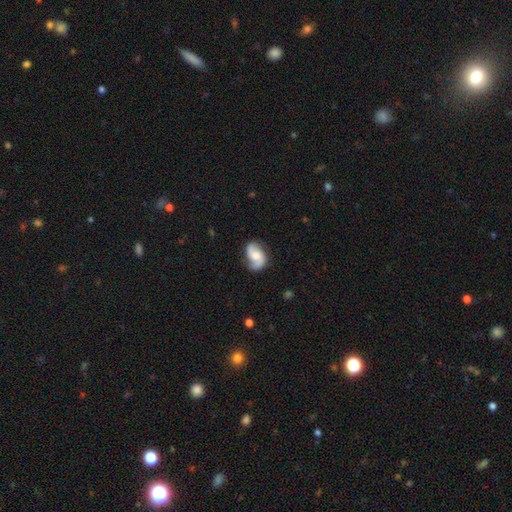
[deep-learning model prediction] The model was most divided on "spiral winding": loose: 44%, medium: 40%, tight: 15%. More confident: edge-on disk — no (97%); spiral arms — yes (94%); spiral arm count — 2 (89%); merging — none (72%); smooth or featured — featured or disk (72%); bar — no (58%); bulge size — moderate (54%).